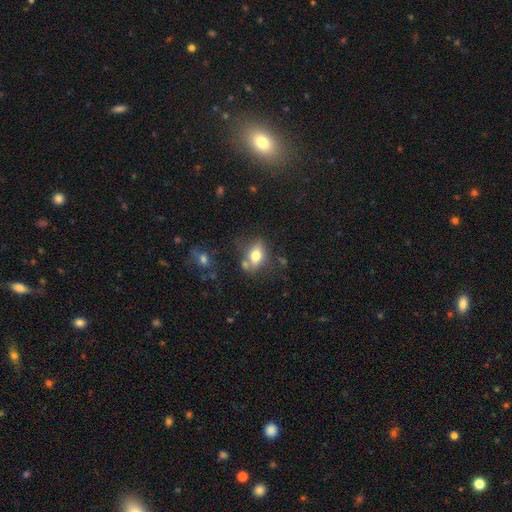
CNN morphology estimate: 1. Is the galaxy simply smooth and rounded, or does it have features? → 73% smooth, 18% featured or disk, 9% star or artifact.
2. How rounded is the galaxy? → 77% in between, 20% round, 3% cigar-shaped.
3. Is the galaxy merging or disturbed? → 60% none, 18% minor disturbance, 16% merger, 6% major disturbance.